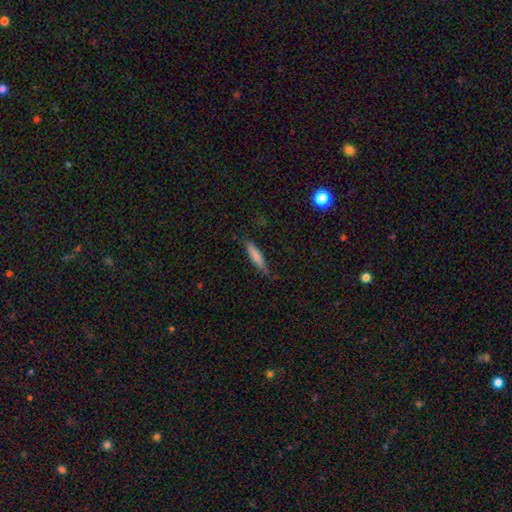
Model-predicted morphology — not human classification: smooth-or-featured: smooth: 78% | featured or disk: 16% | star or artifact: 6%
  how-rounded: cigar-shaped: 85% | in between: 14% | round: 1%
  merging: none: 76% | minor disturbance: 19% | major disturbance: 3% | merger: 1%